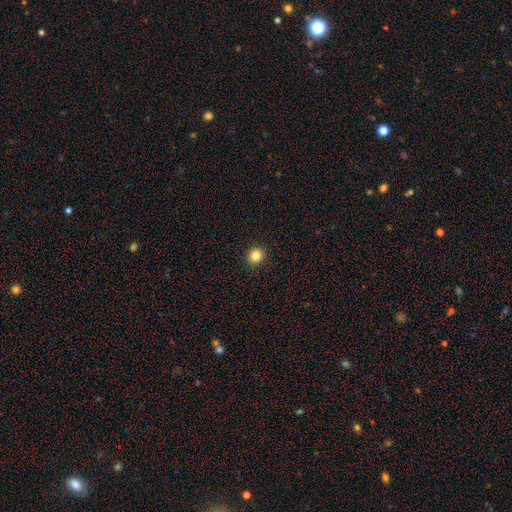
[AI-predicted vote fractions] A smooth galaxy with no disk features (84%) that is round (87%). Merging: none (93%).